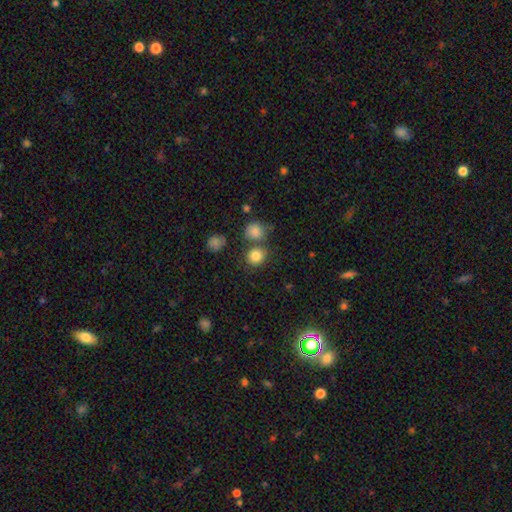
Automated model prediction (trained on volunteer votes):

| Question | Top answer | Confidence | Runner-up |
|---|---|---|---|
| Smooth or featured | smooth | 82% | star or artifact (12%) |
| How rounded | round | 83% | in between (16%) |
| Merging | none | 67% | merger (20%) |